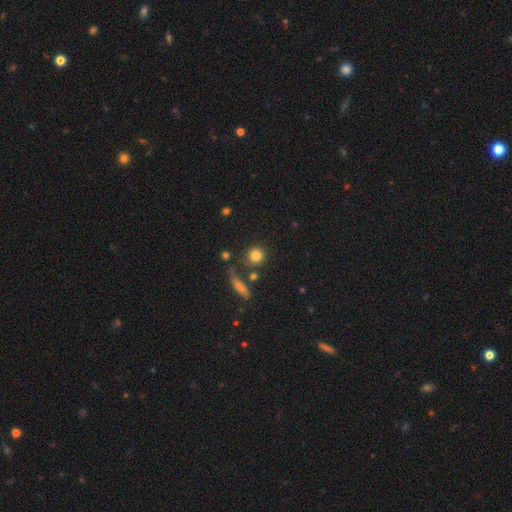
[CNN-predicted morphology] Smooth or featured? smooth (81%)
How rounded? round (87%)
Merging? none (74%)